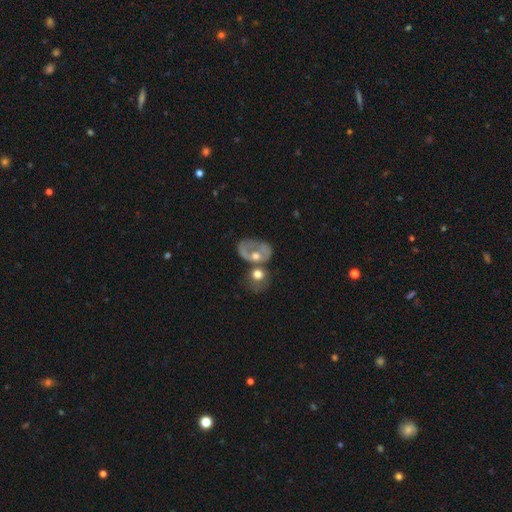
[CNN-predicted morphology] A smooth galaxy with no disk features (45%, tied with featured or disk). Merging: merger (48%).